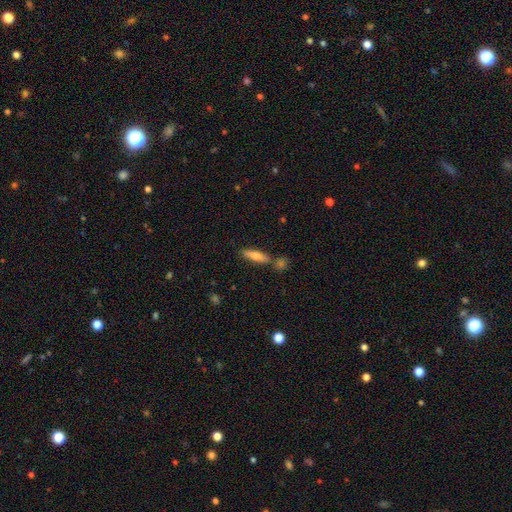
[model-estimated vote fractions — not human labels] This appears to be a smooth galaxy with no disk features (68%) that is cigar-shaped (73%). Merging: none (73%).